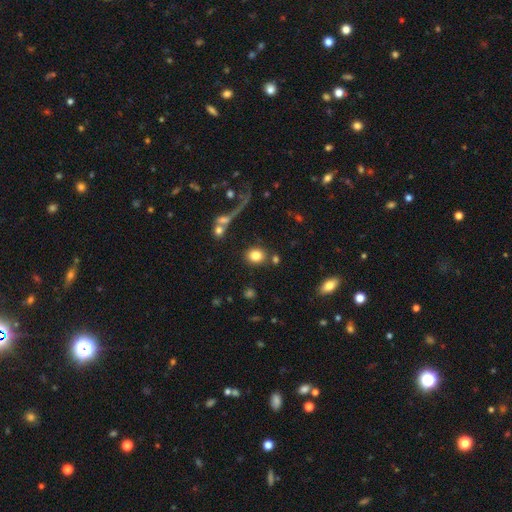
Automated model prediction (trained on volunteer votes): A smooth galaxy with no disk features (82%) that is round (69%).

Vote fractions:
- Smooth or featured? smooth: 82% / star or artifact: 10% / featured or disk: 8%
- How rounded? round: 69% / in between: 29% / cigar-shaped: 2%
- Merging? none: 81% / minor disturbance: 8% / merger: 7% / major disturbance: 4%